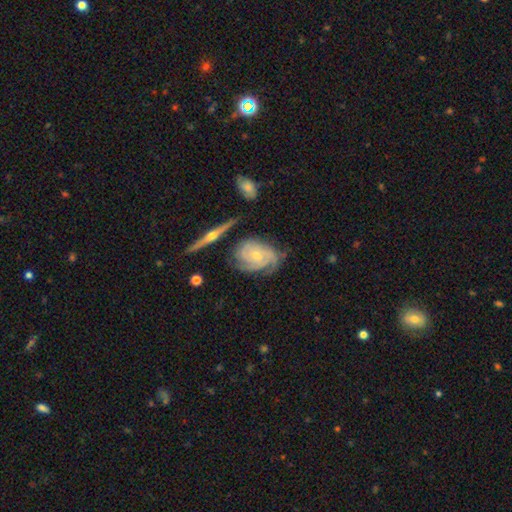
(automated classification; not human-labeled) Smooth or featured?
  - featured or disk: 84% *
  - smooth: 10%
  - star or artifact: 5%
Edge-on disk?
  - no: 95% *
  - yes: 5%
Bar?
  - no: 77% *
  - weak: 19%
  - strong: 5%
Spiral arms?
  - yes: 95% *
  - no: 5%
Spiral winding?
  - tight: 67% *
  - medium: 27%
  - loose: 7%
Spiral arm count?
  - 3: 41% *
  - can't tell: 19%
  - 2: 19%
  - 4: 13%
  - 1: 4%
  - more than 4: 4%
Bulge size?
  - small: 62% *
  - moderate: 34%
  - none: 1%
  - large: 1%
  - dominant: 1%
Merging?
  - none: 62% *
  - minor disturbance: 24%
  - major disturbance: 10%
  - merger: 4%